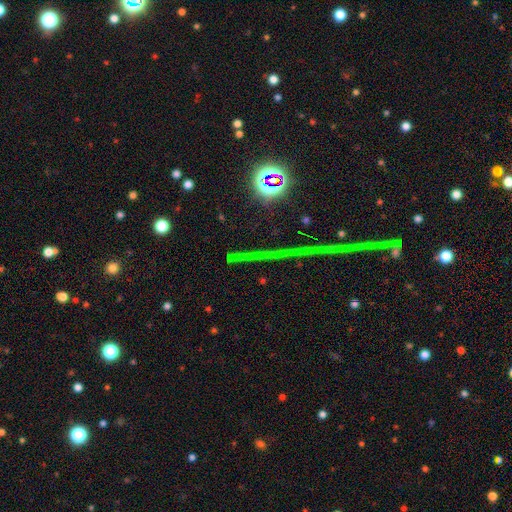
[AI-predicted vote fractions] smooth-or-featured: star or artifact: 77% | featured or disk: 13% | smooth: 10%